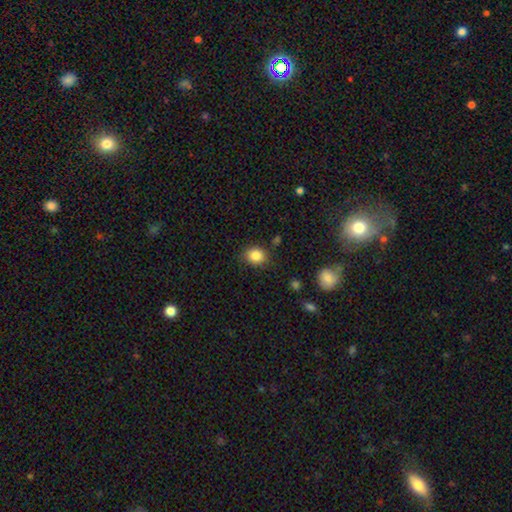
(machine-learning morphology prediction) This appears to be a smooth galaxy with no disk features (85%) that is round (68%). Merging: none (82%).